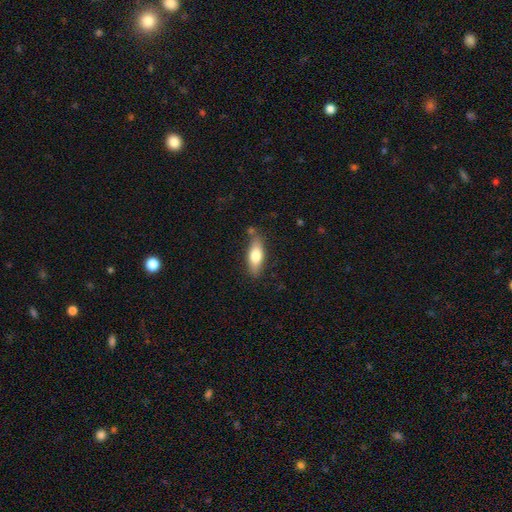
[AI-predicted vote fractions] smooth 71%, featured or disk 23%, star or artifact 6%. Down the decision tree: how rounded — in between (67%); merging — none (75%).